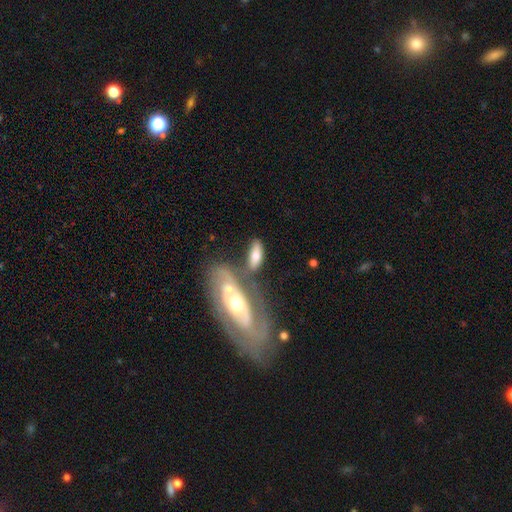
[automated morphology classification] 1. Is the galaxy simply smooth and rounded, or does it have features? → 64% smooth, 30% featured or disk, 7% star or artifact.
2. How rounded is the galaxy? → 78% in between, 19% cigar-shaped, 3% round.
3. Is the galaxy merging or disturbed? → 47% none, 32% merger, 14% minor disturbance, 7% major disturbance.